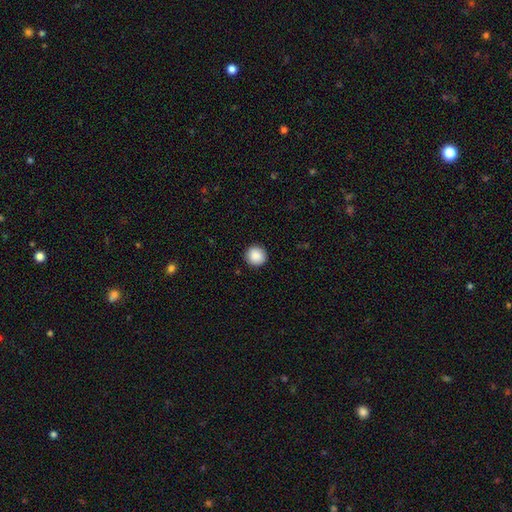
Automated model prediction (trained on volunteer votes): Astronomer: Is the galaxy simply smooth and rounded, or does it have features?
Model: smooth — 89%.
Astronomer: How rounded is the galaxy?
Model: round — 95%.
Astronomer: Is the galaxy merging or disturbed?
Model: none — 92%.